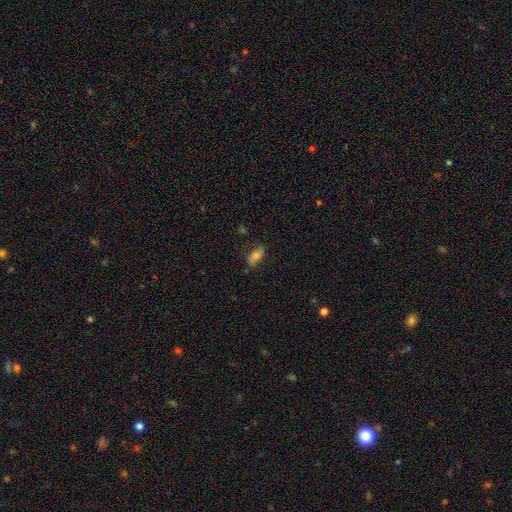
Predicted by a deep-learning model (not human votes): This appears to be a smooth galaxy with no disk features (65%) that is in between round and cigar-shaped (88%). Merging: none (73%).